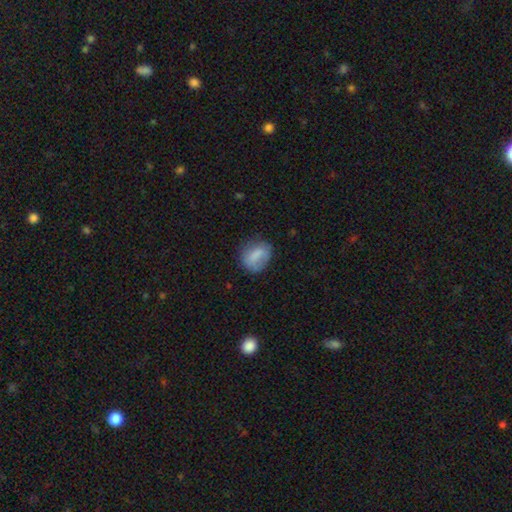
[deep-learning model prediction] Q: Smooth or featured?
A: smooth (75%); runner-up: featured or disk (16%)
Q: How rounded?
A: in between (55%); runner-up: round (43%)
Q: Merging?
A: none (62%); runner-up: minor disturbance (25%)